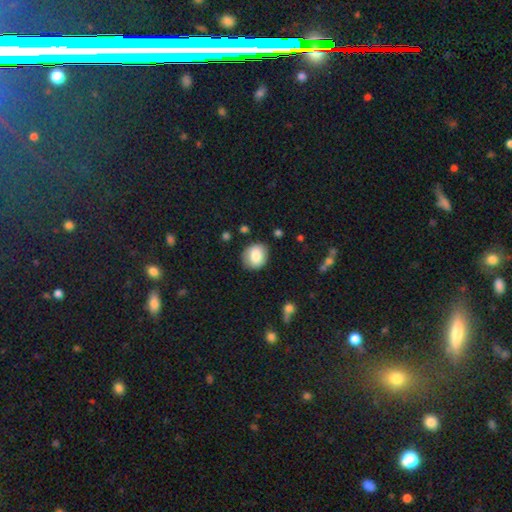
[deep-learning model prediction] This appears to be a smooth galaxy with no disk features (82%) that is round (73%). Merging: none (83%).